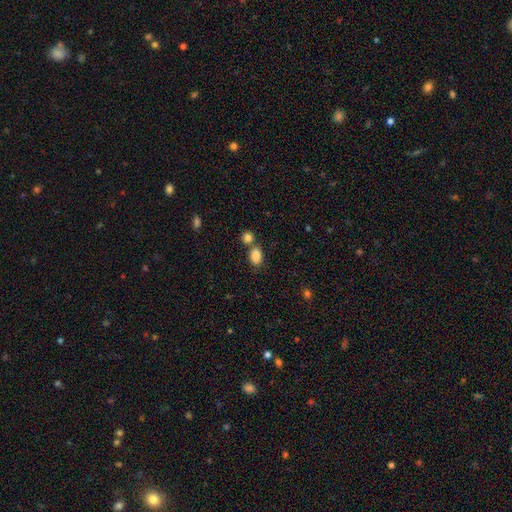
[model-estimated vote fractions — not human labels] smooth-or-featured: smooth: 86% | star or artifact: 9% | featured or disk: 5%
  how-rounded: in between: 81% | round: 18% | cigar-shaped: 2%
  merging: none: 58% | merger: 27% | minor disturbance: 11% | major disturbance: 4%